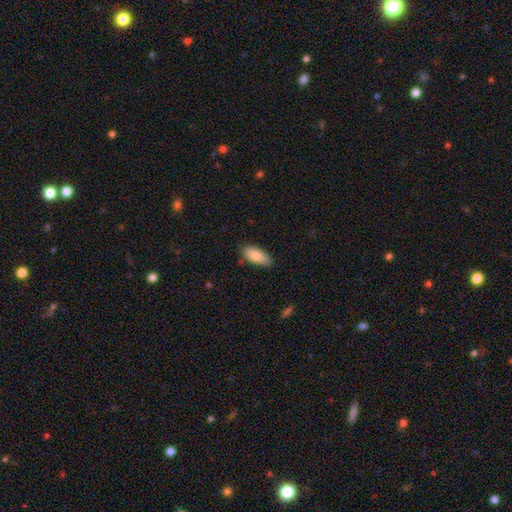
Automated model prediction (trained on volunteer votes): smooth 86%, featured or disk 8%, star or artifact 6%. Down the decision tree: how rounded — in between (87%); merging — none (82%).